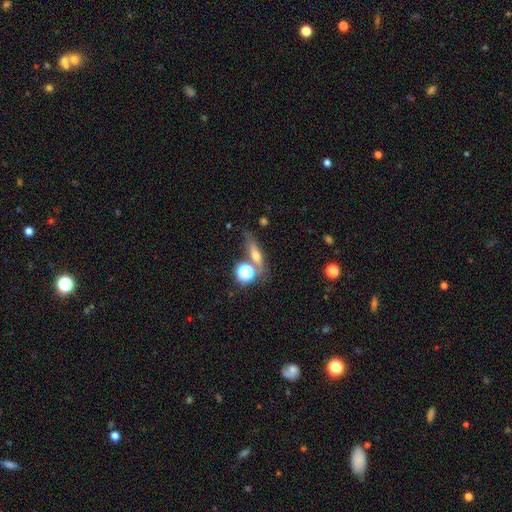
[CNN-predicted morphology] This is possibly a smooth galaxy (49%). Merging: likely none (64%).